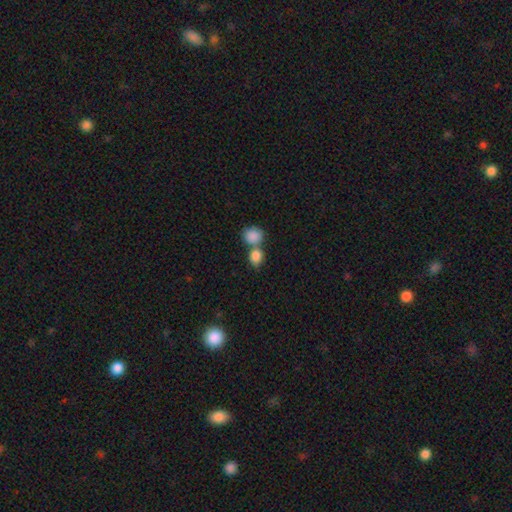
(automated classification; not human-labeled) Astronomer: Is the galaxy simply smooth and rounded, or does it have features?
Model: smooth — 85%.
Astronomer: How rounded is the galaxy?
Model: round — 57% (runner-up: in between, 42%).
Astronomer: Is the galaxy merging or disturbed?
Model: merger — 52% (runner-up: none, 36%).